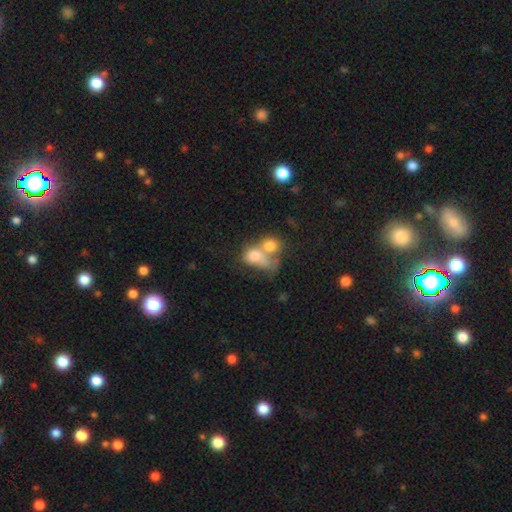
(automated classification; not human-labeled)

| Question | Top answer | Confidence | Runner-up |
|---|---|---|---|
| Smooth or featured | smooth | 71% | featured or disk (18%) |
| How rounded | in between | 64% | round (34%) |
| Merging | merger | 64% | none (15%) |